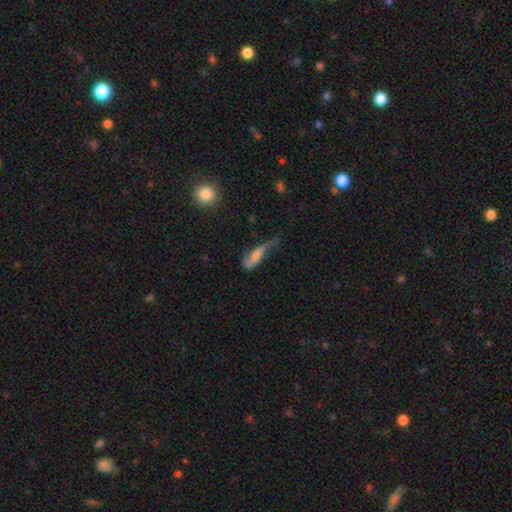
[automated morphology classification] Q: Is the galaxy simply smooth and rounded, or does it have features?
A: featured or disk — 52%.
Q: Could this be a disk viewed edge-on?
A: no — 75%.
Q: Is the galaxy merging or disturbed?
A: major disturbance — 37%.